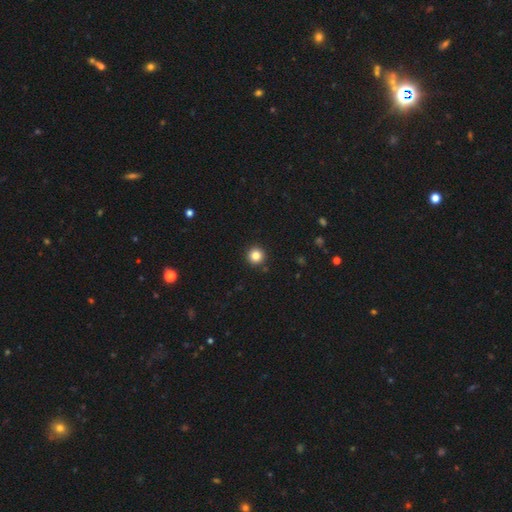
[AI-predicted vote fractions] The model was most divided on "smooth or featured": smooth: 84%, star or artifact: 12%, featured or disk: 5%. More confident: how rounded — round (96%); merging — none (93%).